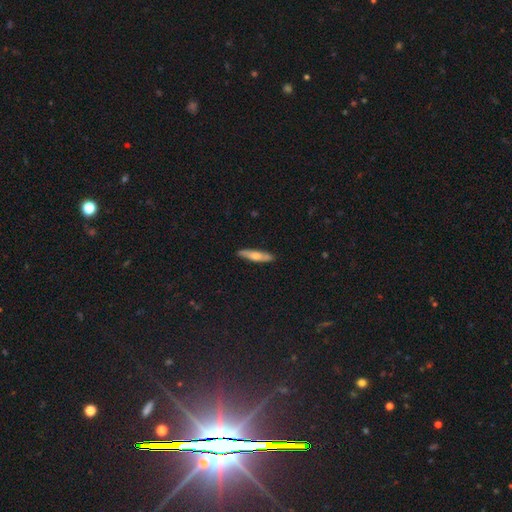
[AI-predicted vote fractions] Smooth or featured?
  - smooth: 60% *
  - featured or disk: 35%
  - star or artifact: 6%
How rounded?
  - cigar-shaped: 82% *
  - in between: 16%
  - round: 2%
Merging?
  - none: 87% *
  - minor disturbance: 10%
  - major disturbance: 2%
  - merger: 1%